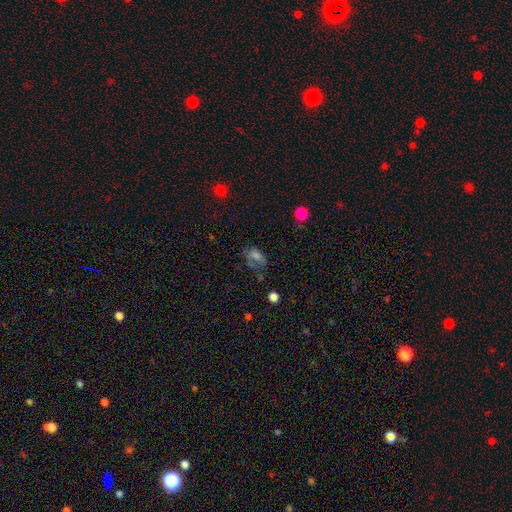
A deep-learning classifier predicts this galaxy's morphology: The model was most divided on "merging": none: 46%, minor disturbance: 27%, major disturbance: 23%, merger: 4%. More confident: how rounded — in between (84%); smooth or featured — smooth (63%).